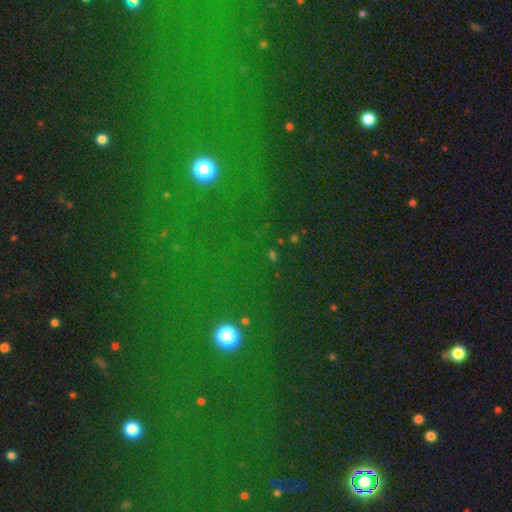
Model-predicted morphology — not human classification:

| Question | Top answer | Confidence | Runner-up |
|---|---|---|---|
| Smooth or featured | star or artifact | 70% | smooth (21%) |